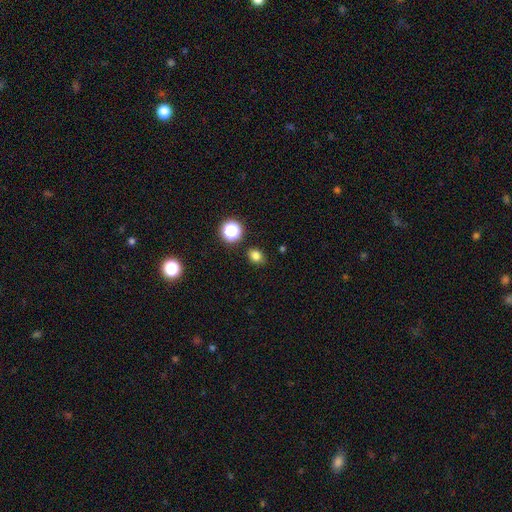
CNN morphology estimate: Q: Smooth or featured?
A: smooth (79%); runner-up: star or artifact (16%)
Q: How rounded?
A: round (55%); runner-up: in between (44%)
Q: Merging?
A: none (85%); runner-up: minor disturbance (10%)